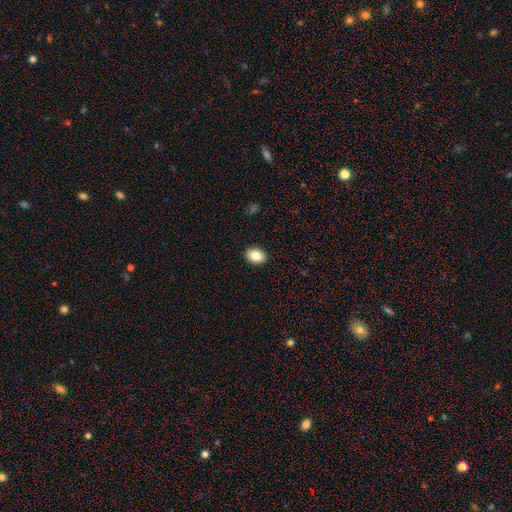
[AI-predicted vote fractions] Q: Smooth or featured?
A: smooth (85%); runner-up: star or artifact (8%)
Q: How rounded?
A: in between (82%); runner-up: round (17%)
Q: Merging?
A: none (91%); runner-up: minor disturbance (6%)